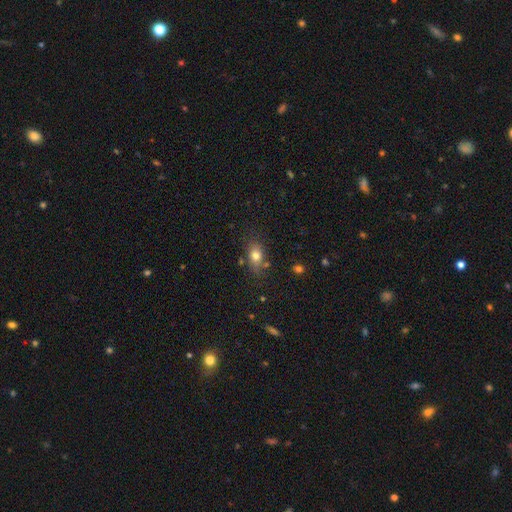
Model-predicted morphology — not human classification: Smooth or featured: smooth — 77% (featured or disk — 12%)
How rounded: in between — 74% (round — 23%)
Merging: none — 72% (minor disturbance — 17%)